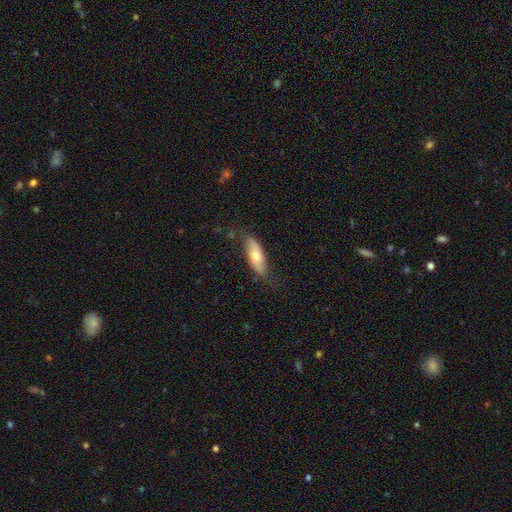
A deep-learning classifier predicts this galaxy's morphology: This is possibly a smooth galaxy (59%). How rounded: likely in between (65%). Merging: likely none (70%).